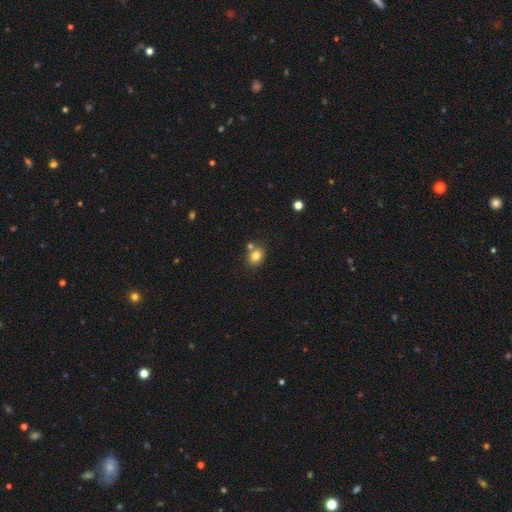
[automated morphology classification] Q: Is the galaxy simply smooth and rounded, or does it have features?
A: smooth — 80%.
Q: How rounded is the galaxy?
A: round — 57%.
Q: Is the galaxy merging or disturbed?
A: none — 65%.